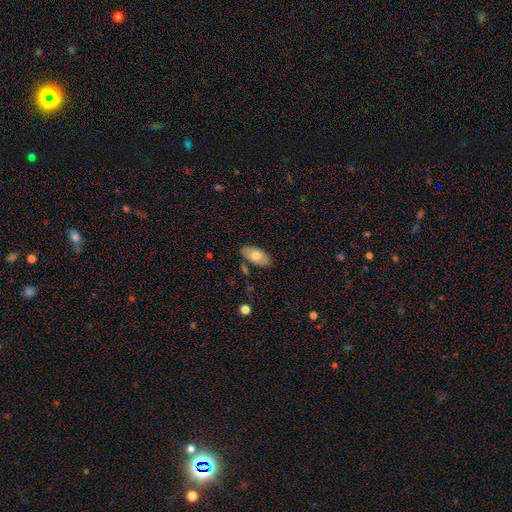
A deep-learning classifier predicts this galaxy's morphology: smooth-or-featured: smooth: 71% | featured or disk: 22% | star or artifact: 6%
  how-rounded: in between: 93% | cigar-shaped: 4% | round: 3%
  merging: none: 83% | minor disturbance: 12% | merger: 3% | major disturbance: 2%